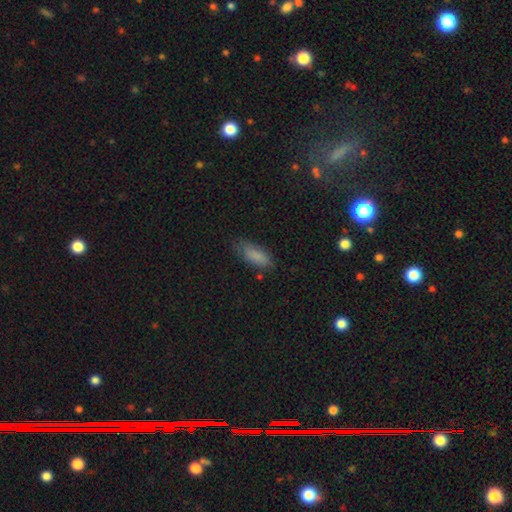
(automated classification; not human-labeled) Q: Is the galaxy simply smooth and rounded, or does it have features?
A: smooth — 83%.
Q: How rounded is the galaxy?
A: in between — 74%.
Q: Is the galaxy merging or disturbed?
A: none — 69%.